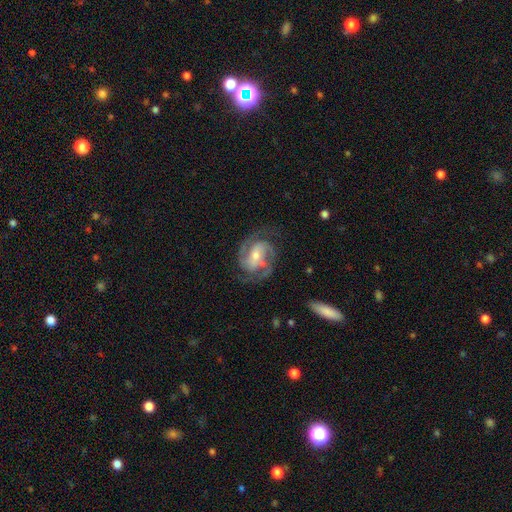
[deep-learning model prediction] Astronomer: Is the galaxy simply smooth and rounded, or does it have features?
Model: featured or disk — 88%.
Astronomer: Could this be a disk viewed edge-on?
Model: no — 97%.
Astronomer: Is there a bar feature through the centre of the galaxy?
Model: weak — 42% (runner-up: no, 31%).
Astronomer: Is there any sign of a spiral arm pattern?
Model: yes — 97%.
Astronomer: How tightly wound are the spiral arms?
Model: medium — 52% (runner-up: tight, 37%).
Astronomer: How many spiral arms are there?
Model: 2 — 74%.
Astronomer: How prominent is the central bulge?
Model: small — 49% (runner-up: moderate, 43%).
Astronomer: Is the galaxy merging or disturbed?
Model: none — 72%.